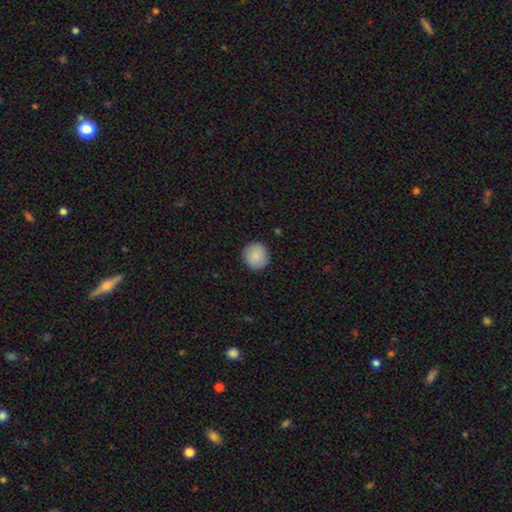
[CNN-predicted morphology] This is clearly a smooth galaxy (87%). How rounded: clearly round (93%). Merging: clearly none (90%).